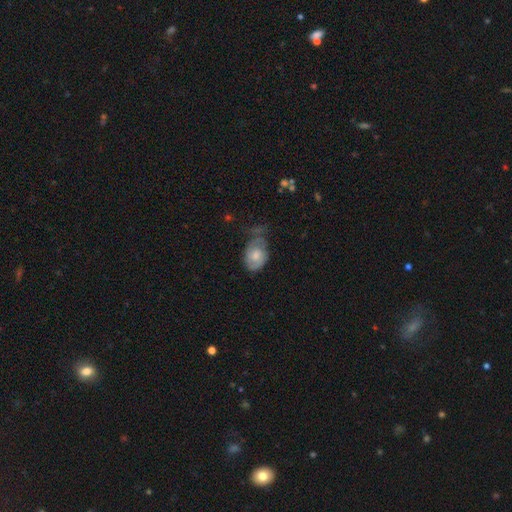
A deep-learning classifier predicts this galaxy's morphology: smooth-or-featured: featured or disk: 49% | smooth: 44% | star or artifact: 7%
  merging: none: 35% | minor disturbance: 34% | major disturbance: 27% | merger: 4%